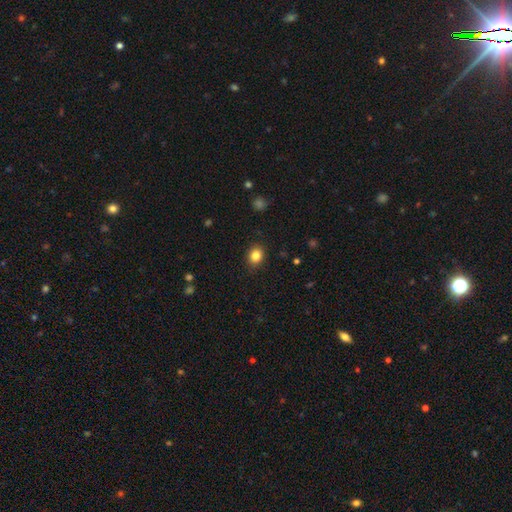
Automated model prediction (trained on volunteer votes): Smooth or featured? Predicted: smooth (p=0.84). How rounded? Predicted: round (p=0.61). Merging? Predicted: none (p=0.88).